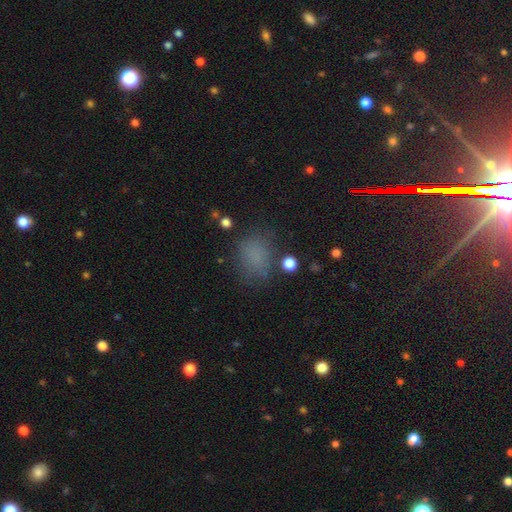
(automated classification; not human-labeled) Smooth or featured?
  - smooth: 71% *
  - star or artifact: 21%
  - featured or disk: 8%
How rounded?
  - in between: 56% *
  - round: 43%
  - cigar-shaped: 2%
Merging?
  - none: 70% *
  - minor disturbance: 18%
  - major disturbance: 9%
  - merger: 3%